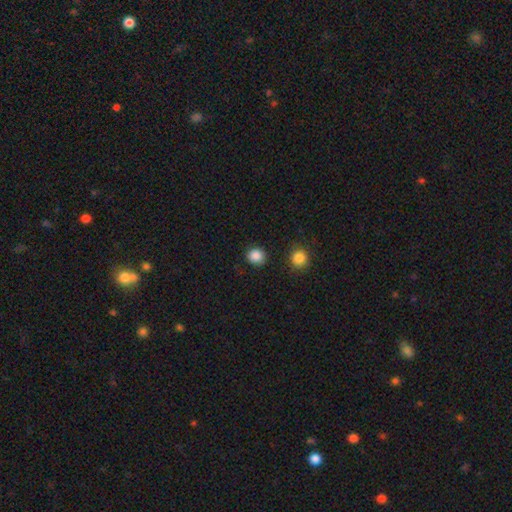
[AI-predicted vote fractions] smooth-or-featured: smooth: 87% | star or artifact: 10% | featured or disk: 3%
  how-rounded: round: 88% | in between: 12% | cigar-shaped: 1%
  merging: none: 89% | minor disturbance: 7% | merger: 2% | major disturbance: 2%